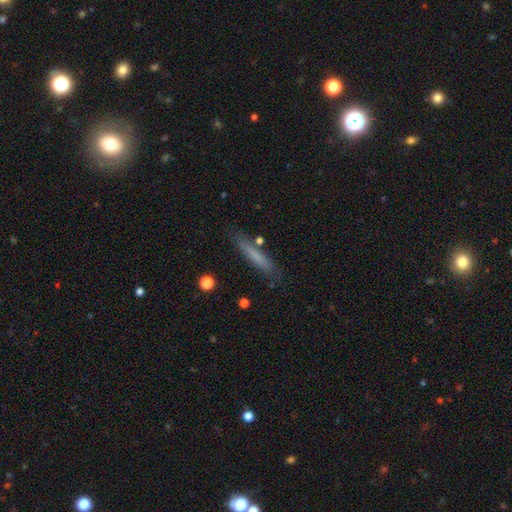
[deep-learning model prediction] Smooth or featured? smooth (72%)
How rounded? cigar-shaped (91%)
Merging? none (82%)